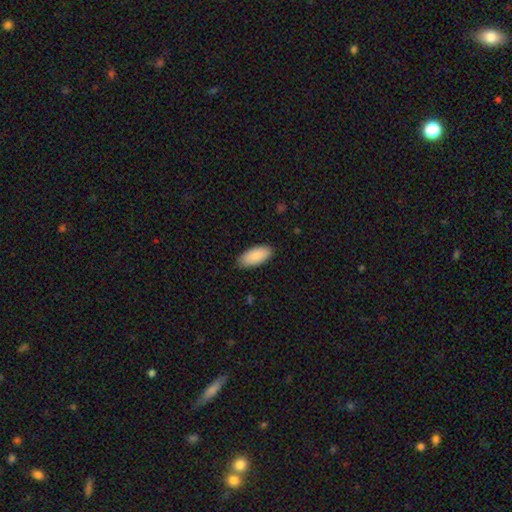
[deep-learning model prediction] Smooth or featured? smooth (88%)
How rounded? in between (91%)
Merging? none (88%)